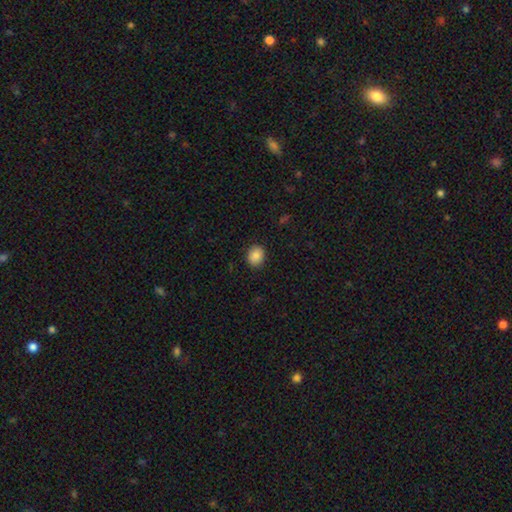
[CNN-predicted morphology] smooth-or-featured: smooth: 87% | star or artifact: 9% | featured or disk: 4%
  how-rounded: round: 65% | in between: 34% | cigar-shaped: 1%
  merging: none: 90% | minor disturbance: 7% | major disturbance: 2% | merger: 1%